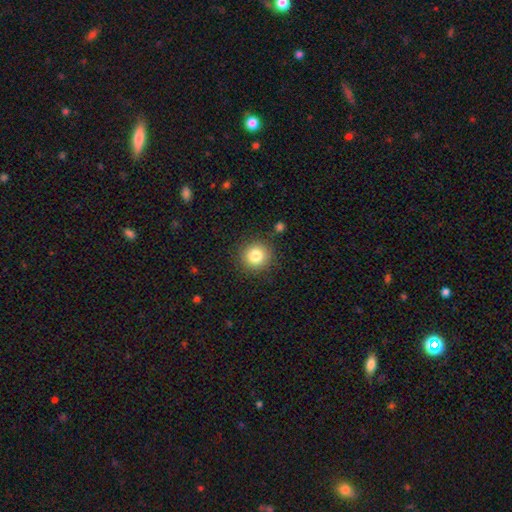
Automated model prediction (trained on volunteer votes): A smooth galaxy with no disk features (83%) that is round (93%).

Vote fractions:
- Smooth or featured? smooth: 83% / star or artifact: 10% / featured or disk: 7%
- How rounded? round: 93% / in between: 7% / cigar-shaped: 1%
- Merging? none: 88% / minor disturbance: 7% / major disturbance: 3% / merger: 2%